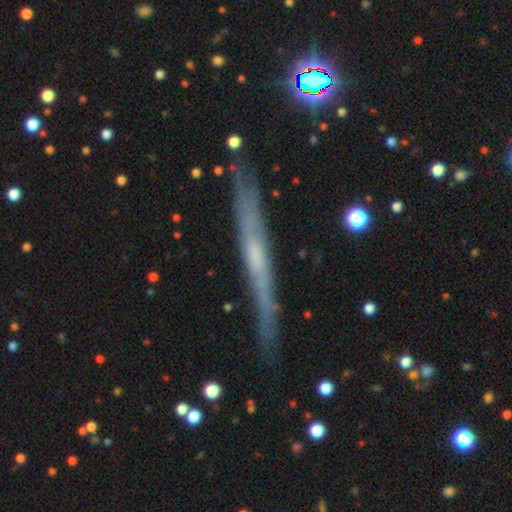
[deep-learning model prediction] Q: Smooth or featured?
A: featured or disk (64%); runner-up: smooth (29%)
Q: Edge-on disk?
A: yes (92%); runner-up: no (8%)
Q: Edge-on bulge?
A: none (67%); runner-up: rounded (22%)
Q: Merging?
A: none (81%); runner-up: minor disturbance (14%)